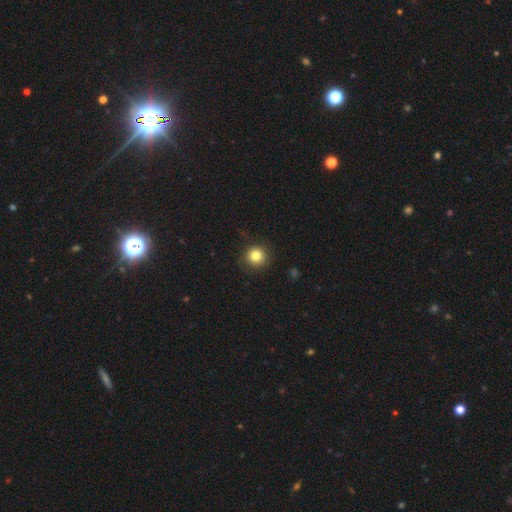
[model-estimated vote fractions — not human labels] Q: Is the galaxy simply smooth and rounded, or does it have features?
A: smooth — 83%.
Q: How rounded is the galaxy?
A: round — 93%.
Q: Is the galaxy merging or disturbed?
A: none — 88%.